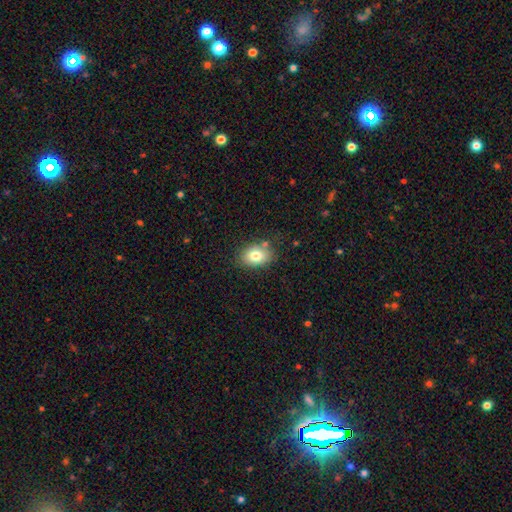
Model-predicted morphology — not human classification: A smooth galaxy with no disk features (78%) that is in between round and cigar-shaped (74%).

Vote fractions:
- Smooth or featured? smooth: 78% / featured or disk: 13% / star or artifact: 9%
- How rounded? in between: 74% / round: 25% / cigar-shaped: 1%
- Merging? none: 76% / minor disturbance: 16% / merger: 5% / major disturbance: 4%